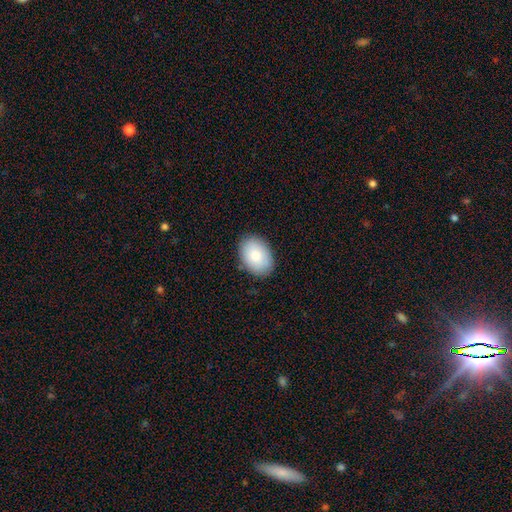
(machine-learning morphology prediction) type=smooth (84%); roundness=in between (84%); merging=none (86%).